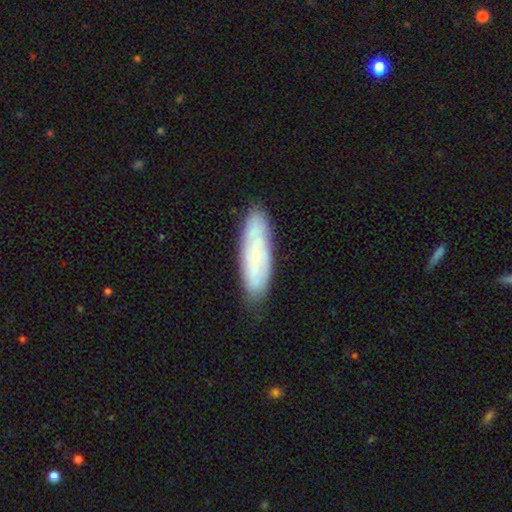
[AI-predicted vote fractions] Morphology: type=featured or disk (52%); edge-on=no (76%); merging=none (81%).